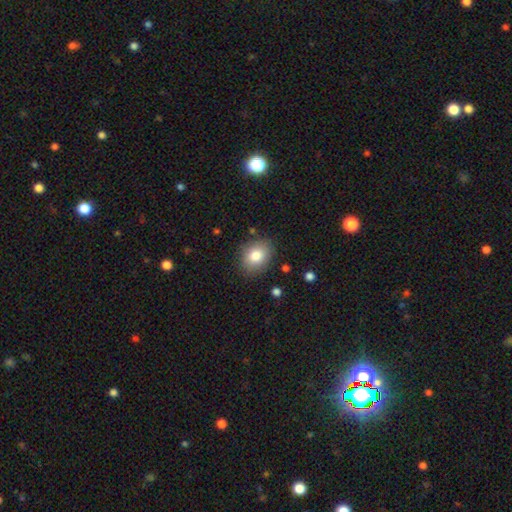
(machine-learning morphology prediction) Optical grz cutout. It shows a smooth galaxy with no disk features (81%) that is in between round and cigar-shaped (56%). Merging: none (84%).